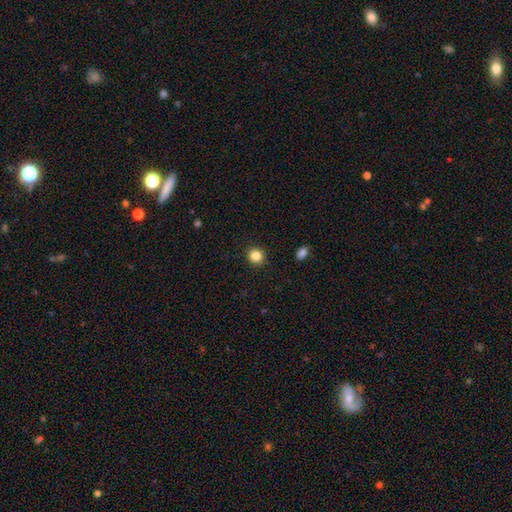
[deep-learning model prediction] This appears to be a smooth galaxy with no disk features (85%) that is round (91%). Merging: none (92%).